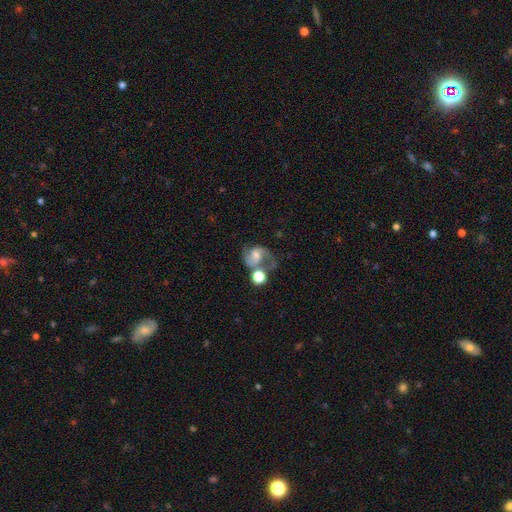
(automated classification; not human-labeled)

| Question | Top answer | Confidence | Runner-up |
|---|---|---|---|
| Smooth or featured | featured or disk | 76% | smooth (15%) |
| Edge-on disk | no | 98% | yes (2%) |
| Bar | no | 44% | weak (43%) |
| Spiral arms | yes | 94% | no (6%) |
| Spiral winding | medium | 50% | loose (37%) |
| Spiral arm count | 2 | 88% | 1 (5%) |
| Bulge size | moderate | 48% | small (35%) |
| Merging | none | 45% | merger (26%) |